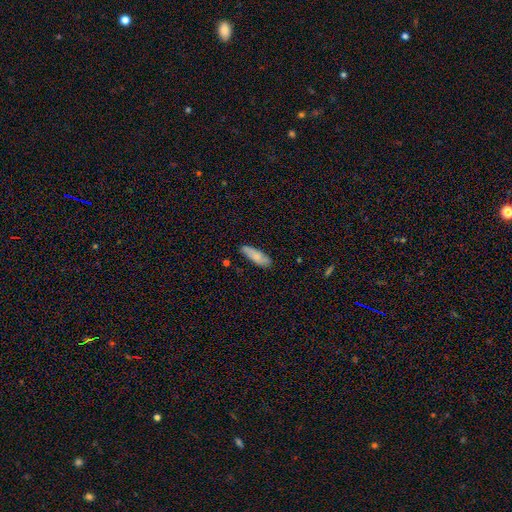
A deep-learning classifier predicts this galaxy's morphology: smooth-or-featured: smooth: 80% | featured or disk: 14% | star or artifact: 6%
  how-rounded: in between: 58% | cigar-shaped: 40% | round: 2%
  merging: none: 79% | minor disturbance: 16% | major disturbance: 3% | merger: 2%